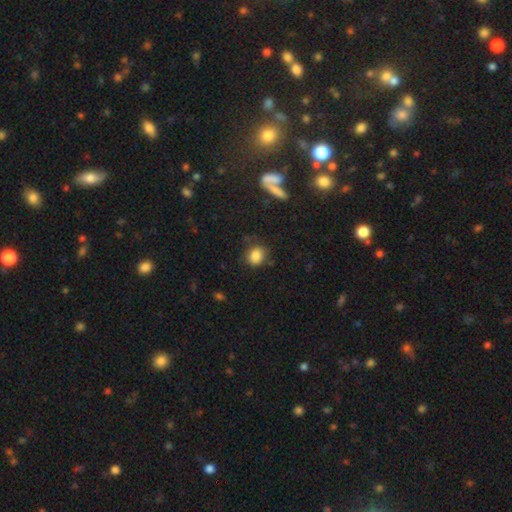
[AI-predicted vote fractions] Smooth or featured: smooth — 84% (star or artifact — 10%)
How rounded: round — 68% (in between — 31%)
Merging: none — 76% (minor disturbance — 17%)